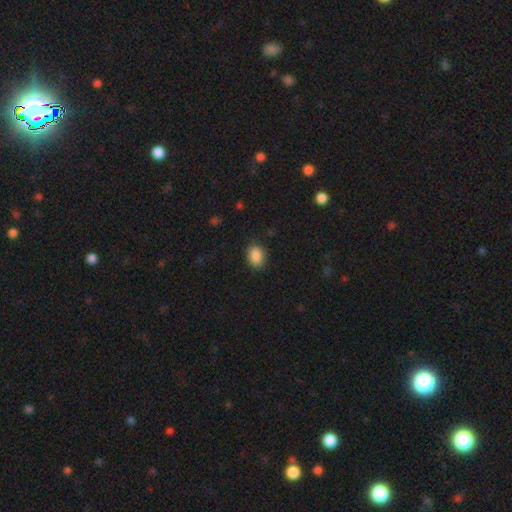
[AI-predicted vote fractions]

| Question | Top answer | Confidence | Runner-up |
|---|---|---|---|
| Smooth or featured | smooth | 88% | star or artifact (8%) |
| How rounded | in between | 71% | round (27%) |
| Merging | none | 85% | minor disturbance (11%) |